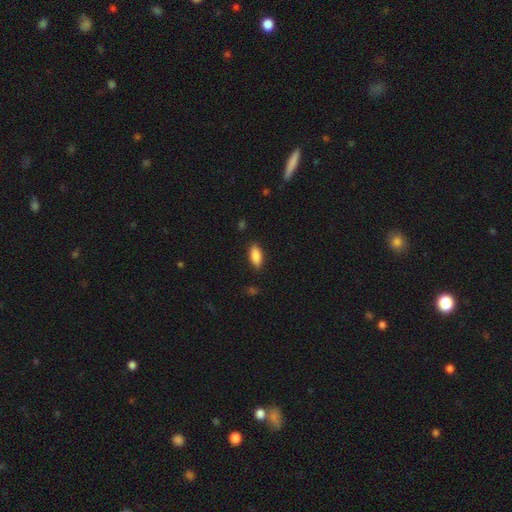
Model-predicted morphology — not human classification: A smooth galaxy with no disk features (87%) that is in between round and cigar-shaped (85%).

Vote fractions:
- Smooth or featured? smooth: 87% / star or artifact: 7% / featured or disk: 6%
- How rounded? in between: 85% / cigar-shaped: 13% / round: 2%
- Merging? none: 87% / minor disturbance: 10% / major disturbance: 2% / merger: 1%